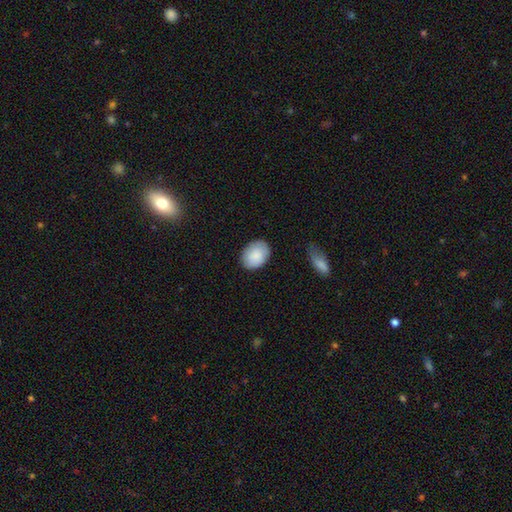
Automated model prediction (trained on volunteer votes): Q: Smooth or featured?
A: smooth (88%); runner-up: featured or disk (7%)
Q: How rounded?
A: in between (75%); runner-up: round (24%)
Q: Merging?
A: none (82%); runner-up: minor disturbance (14%)